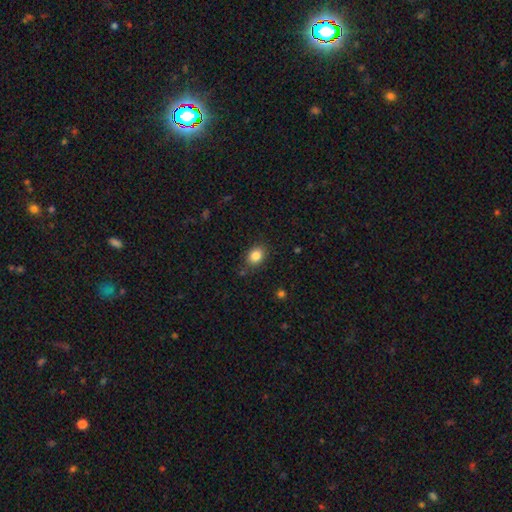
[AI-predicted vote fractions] smooth-or-featured: smooth: 85% | star or artifact: 10% | featured or disk: 6%
  how-rounded: in between: 61% | round: 38% | cigar-shaped: 1%
  merging: none: 82% | minor disturbance: 12% | major disturbance: 3% | merger: 2%